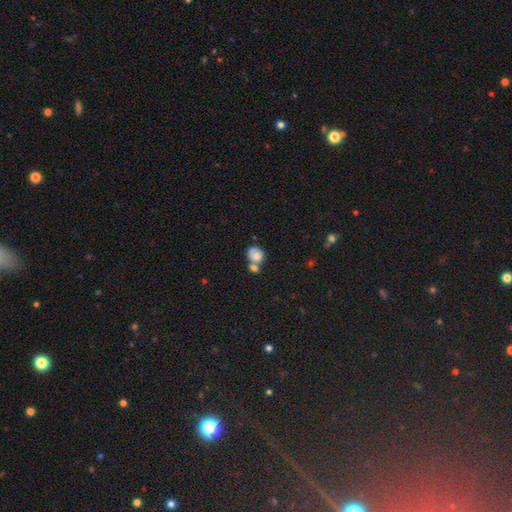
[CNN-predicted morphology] This is likely a smooth galaxy (75%). How rounded: possibly round (58%). Merging: possibly merger (47%).